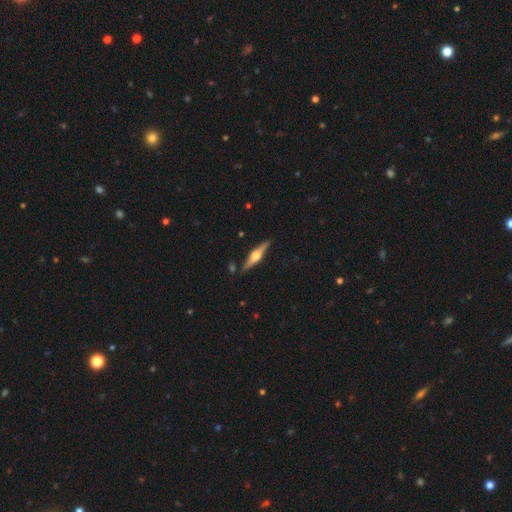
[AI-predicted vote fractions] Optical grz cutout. It shows a featured or disk galaxy (75%) viewed edge-on (98%) with a rounded central bulge (91%). Merging: none (88%).